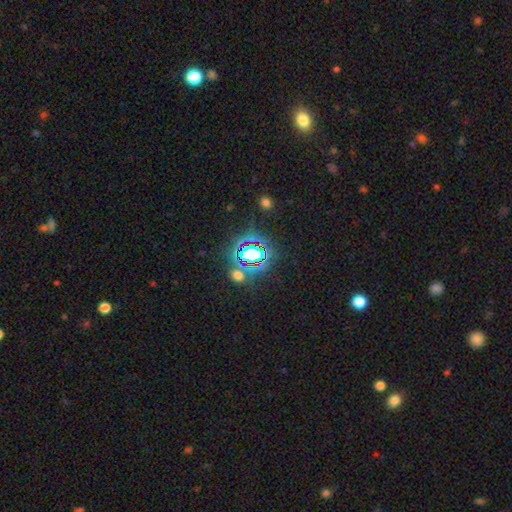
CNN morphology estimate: Overall: star or artifact (72%).